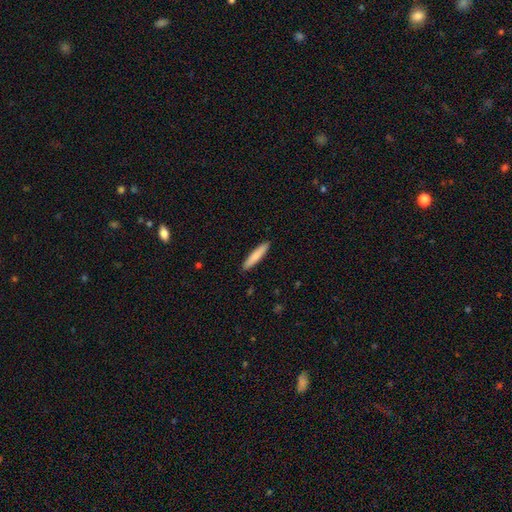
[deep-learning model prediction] smooth_or_featured: smooth (p=0.81) [alt: featured or disk p=0.13]
how_rounded: cigar-shaped (p=0.90) [alt: in between p=0.09]
merging: none (p=0.91) [alt: minor disturbance p=0.06]